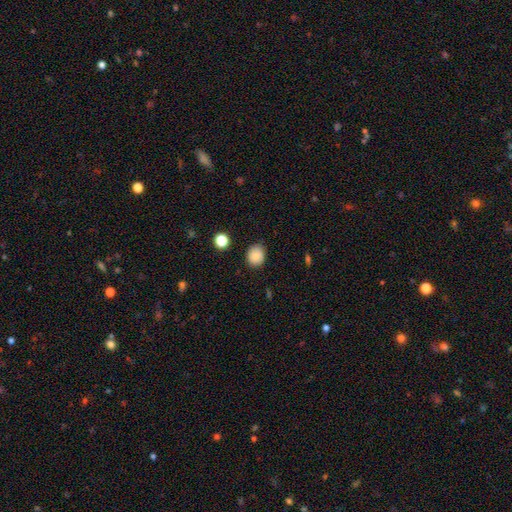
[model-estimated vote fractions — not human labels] smooth_or_featured: smooth (p=0.86) [alt: star or artifact p=0.09]
how_rounded: round (p=0.68) [alt: in between p=0.31]
merging: none (p=0.85) [alt: minor disturbance p=0.11]